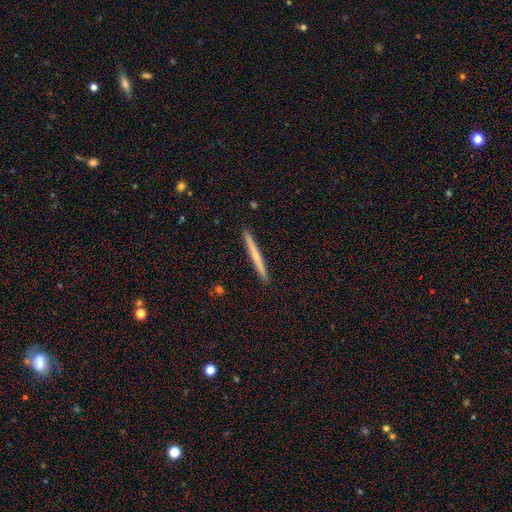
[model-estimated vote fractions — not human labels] Smooth or featured? smooth (57%)
How rounded? cigar-shaped (97%)
Merging? none (93%)